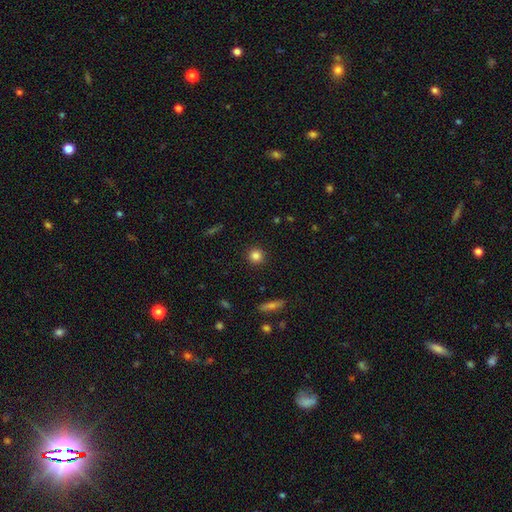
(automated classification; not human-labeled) This appears to be a smooth galaxy with no disk features (84%) that is round (93%). Merging: none (92%).